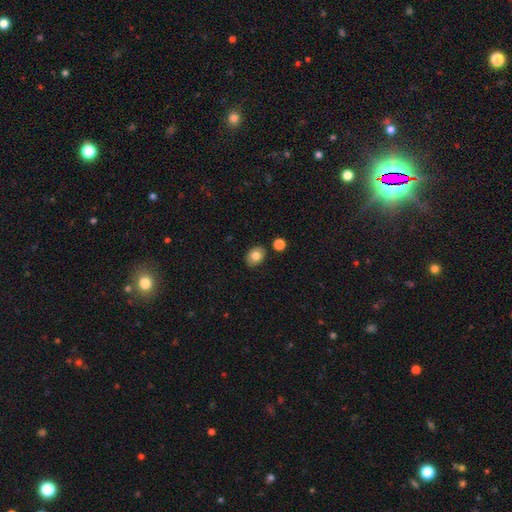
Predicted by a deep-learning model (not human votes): Smooth or featured?
  - smooth: 80% *
  - featured or disk: 12%
  - star or artifact: 9%
How rounded?
  - in between: 66% *
  - round: 33%
  - cigar-shaped: 1%
Merging?
  - none: 85% *
  - minor disturbance: 9%
  - merger: 4%
  - major disturbance: 2%